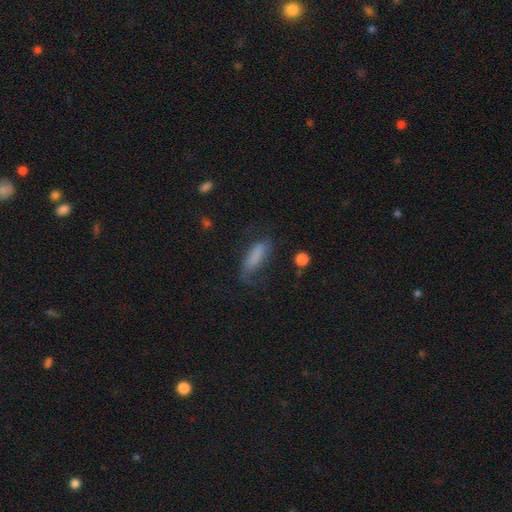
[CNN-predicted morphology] A smooth galaxy with no disk features (72%) that is in between round and cigar-shaped (52%).

Vote fractions:
- Smooth or featured? smooth: 72% / featured or disk: 18% / star or artifact: 10%
- How rounded? in between: 52% / cigar-shaped: 45% / round: 3%
- Merging? none: 48% / minor disturbance: 29% / major disturbance: 20% / merger: 3%